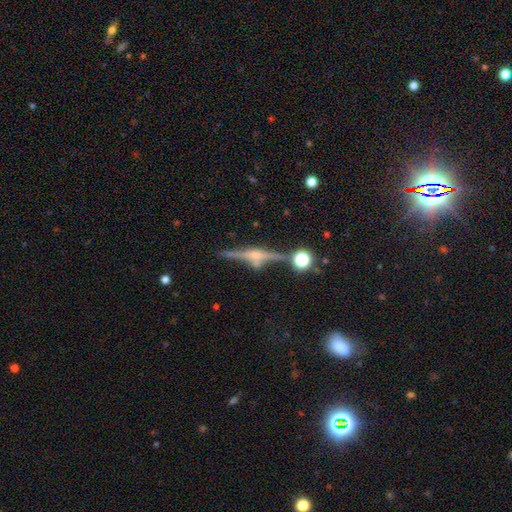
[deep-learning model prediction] This appears to be a featured or disk galaxy (80%) viewed edge-on (97%) with a rounded central bulge (80%). Merging: none (80%).